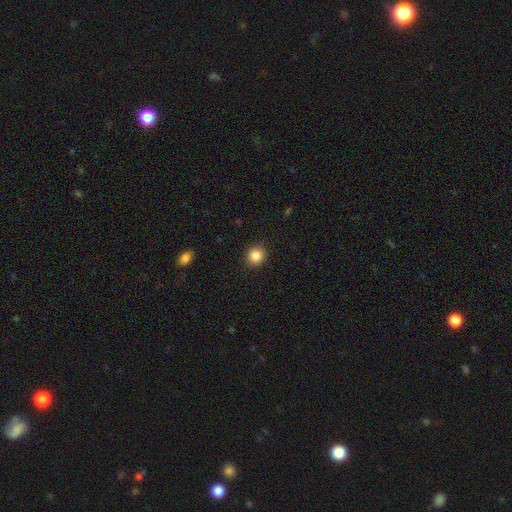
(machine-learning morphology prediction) Smooth or featured?
  - smooth: 86% *
  - star or artifact: 10%
  - featured or disk: 4%
How rounded?
  - round: 88% *
  - in between: 11%
  - cigar-shaped: 1%
Merging?
  - none: 90% *
  - minor disturbance: 7%
  - major disturbance: 2%
  - merger: 1%